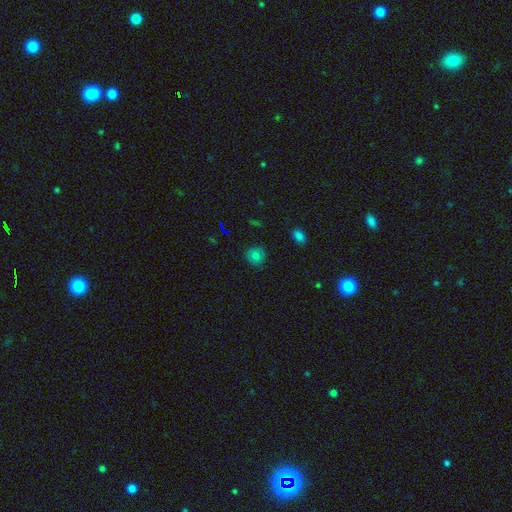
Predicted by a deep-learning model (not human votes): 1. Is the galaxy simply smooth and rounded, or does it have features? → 76% smooth, 14% star or artifact, 10% featured or disk.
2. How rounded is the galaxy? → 90% round, 9% in between, 1% cigar-shaped.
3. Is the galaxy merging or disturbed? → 86% none, 10% minor disturbance, 2% major disturbance, 1% merger.